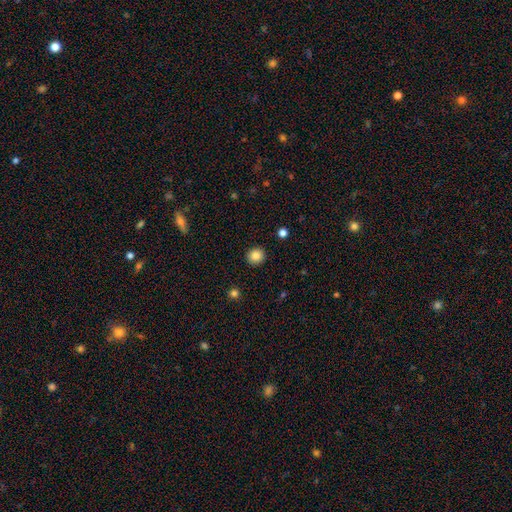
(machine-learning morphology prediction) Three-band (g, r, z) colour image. It shows a smooth galaxy with no disk features (86%) that is round (92%). Merging: none (92%).